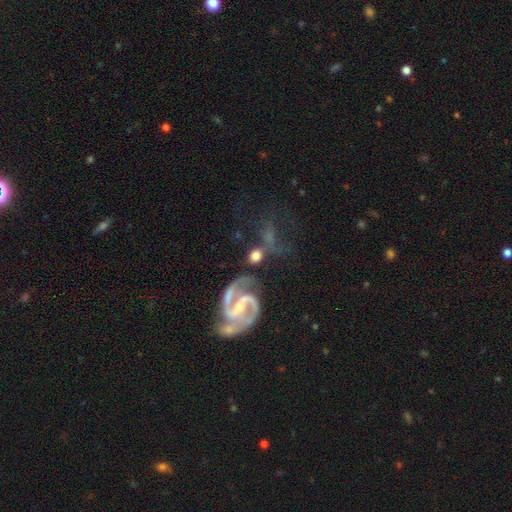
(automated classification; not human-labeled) Smooth or featured? Predicted: featured or disk (p=0.48). Merging? Predicted: none (p=0.52).